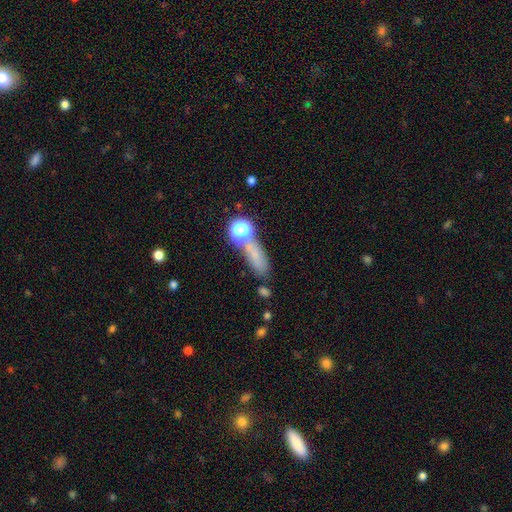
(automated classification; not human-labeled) Smooth or featured? smooth (67%)
How rounded? in between (55%)
Merging? none (54%)